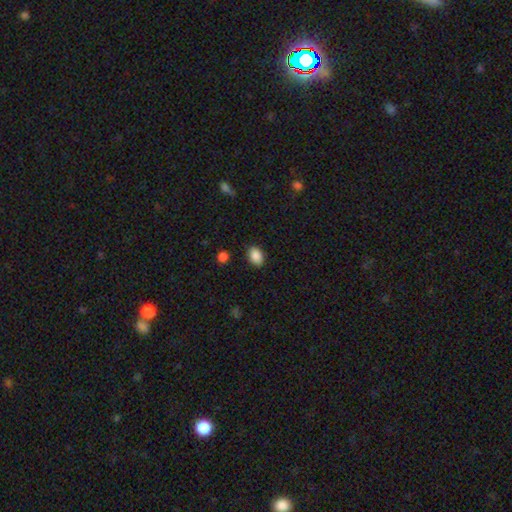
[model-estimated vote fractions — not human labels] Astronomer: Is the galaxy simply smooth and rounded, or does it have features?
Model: smooth — 88%.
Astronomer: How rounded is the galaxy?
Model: in between — 79%.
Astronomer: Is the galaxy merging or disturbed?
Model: none — 87%.